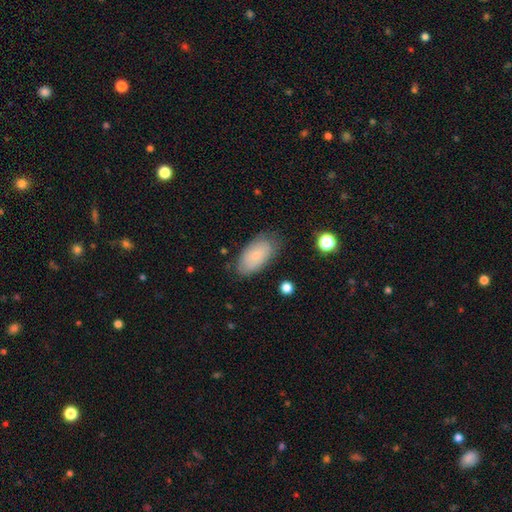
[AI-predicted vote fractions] Smooth or featured? Predicted: smooth (p=0.74). How rounded? Predicted: in between (p=0.94). Merging? Predicted: none (p=0.75).